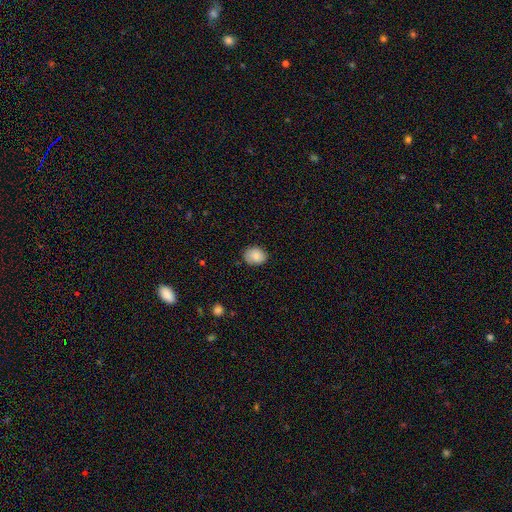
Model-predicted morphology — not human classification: Smooth or featured: smooth — 85% (star or artifact — 8%)
How rounded: in between — 52% (round — 47%)
Merging: none — 82% (minor disturbance — 14%)